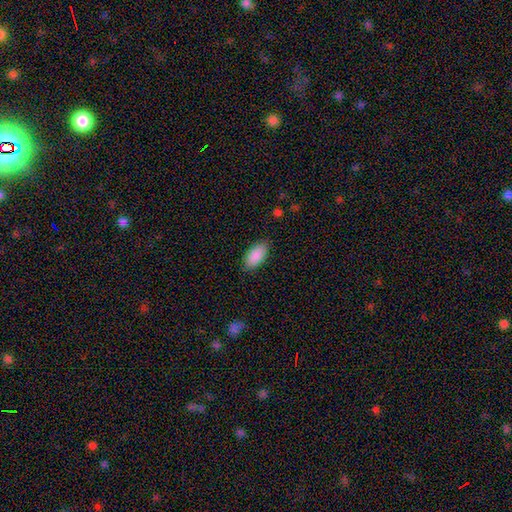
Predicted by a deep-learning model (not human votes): Overall: smooth (89%). How rounded: in between (92%). Merging: none (85%).